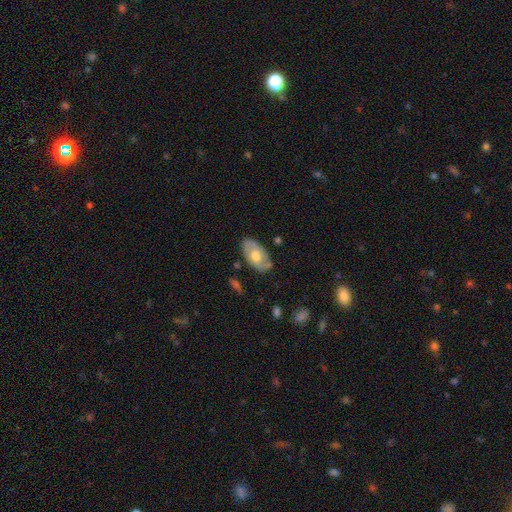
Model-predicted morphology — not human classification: type=smooth (49%); merging=none (78%).